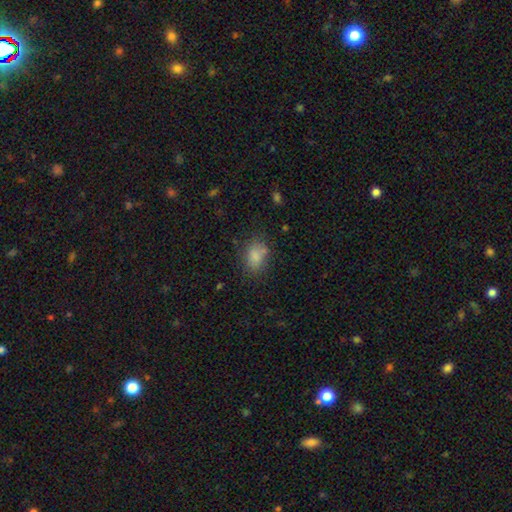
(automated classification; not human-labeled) Smooth or featured? Predicted: smooth (p=0.80). How rounded? Predicted: in between (p=0.77). Merging? Predicted: none (p=0.65).